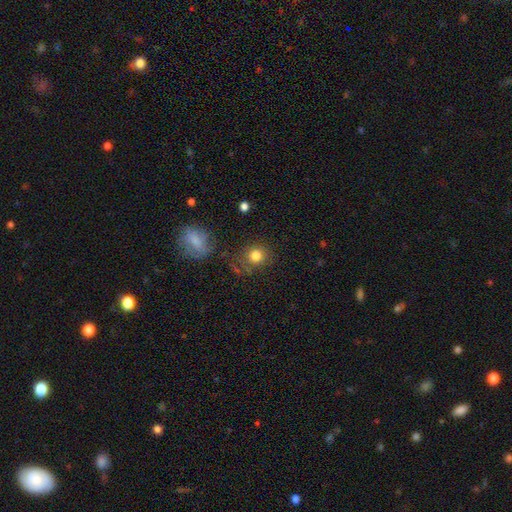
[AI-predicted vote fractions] Smooth or featured?
  - smooth: 80% *
  - star or artifact: 12%
  - featured or disk: 8%
How rounded?
  - round: 86% *
  - in between: 13%
  - cigar-shaped: 1%
Merging?
  - none: 76% *
  - minor disturbance: 14%
  - major disturbance: 6%
  - merger: 4%